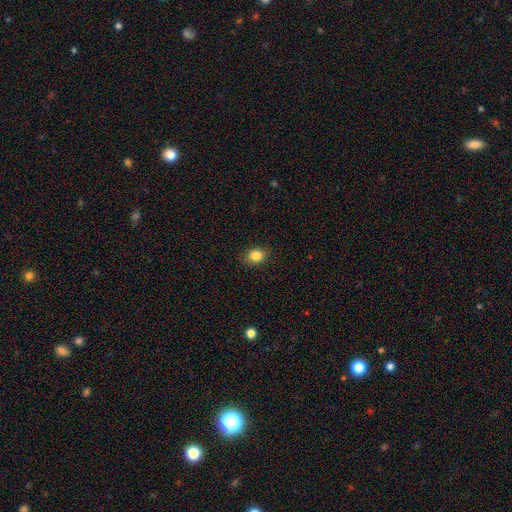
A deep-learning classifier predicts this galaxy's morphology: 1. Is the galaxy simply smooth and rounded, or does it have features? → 85% smooth, 10% star or artifact, 5% featured or disk.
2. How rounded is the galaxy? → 56% in between, 43% round, 1% cigar-shaped.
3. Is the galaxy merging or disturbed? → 88% none, 9% minor disturbance, 2% major disturbance, 1% merger.